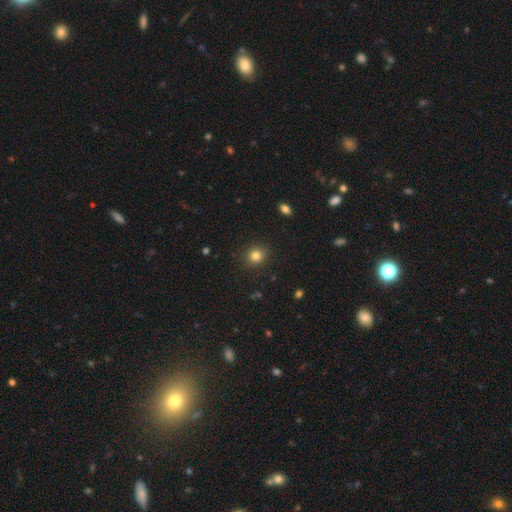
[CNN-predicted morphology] This appears to be a smooth galaxy with no disk features (82%) that is round (81%). Merging: none (89%).